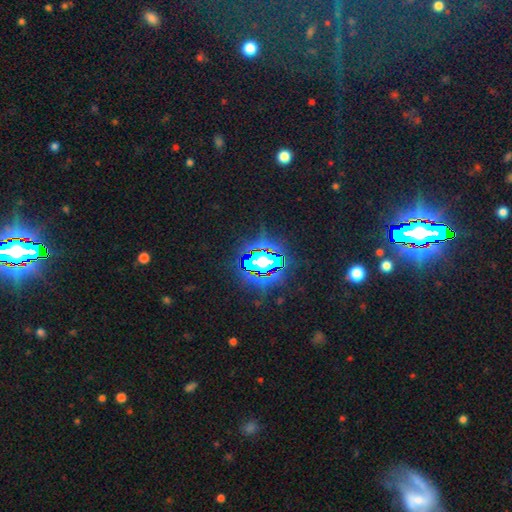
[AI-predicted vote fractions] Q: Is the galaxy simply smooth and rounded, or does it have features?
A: star or artifact — 84%.